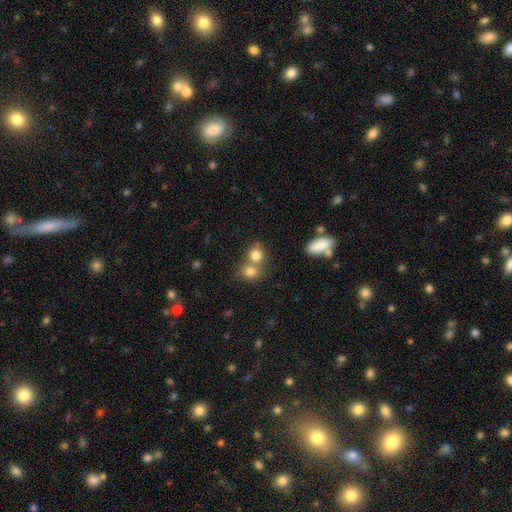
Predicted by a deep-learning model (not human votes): A smooth galaxy with no disk features (79%) that is round (72%).

Vote fractions:
- Smooth or featured? smooth: 79% / star or artifact: 11% / featured or disk: 9%
- How rounded? round: 72% / in between: 27% / cigar-shaped: 1%
- Merging? merger: 49% / none: 41% / minor disturbance: 8% / major disturbance: 3%